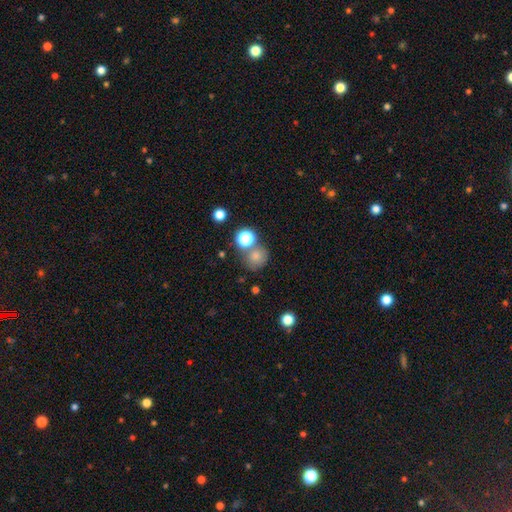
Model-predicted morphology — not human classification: Smooth or featured? Predicted: smooth (p=0.75). How rounded? Predicted: round (p=0.81). Merging? Predicted: none (p=0.57).